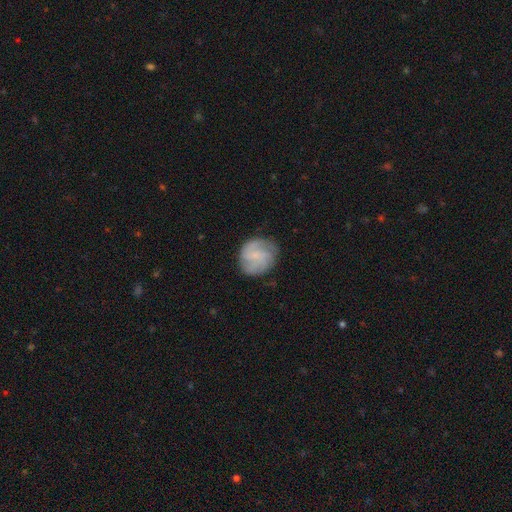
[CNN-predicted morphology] smooth_or_featured: featured or disk (p=0.54) [alt: smooth p=0.38]
disk_edge_on: no (p=0.98) [alt: yes p=0.02]
bar: no (p=0.59) [alt: weak p=0.35]
has_spiral_arms: yes (p=0.87) [alt: no p=0.13]
bulge_size: small (p=0.45) [alt: none p=0.36]
merging: none (p=0.72) [alt: minor disturbance p=0.19]